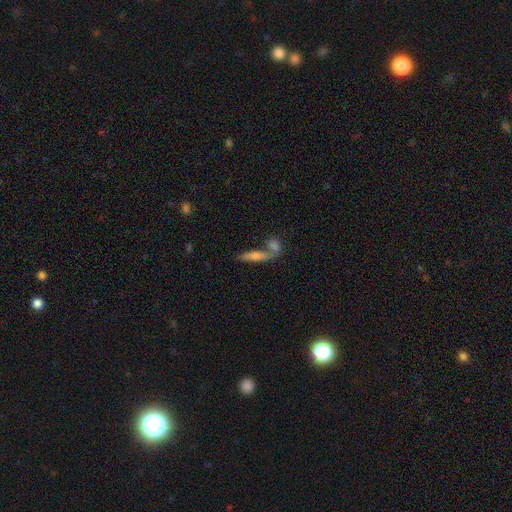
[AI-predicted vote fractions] The model was most divided on "smooth or featured": featured or disk: 46%, smooth: 44%, star or artifact: 10%. More confident: merging — none (51%).